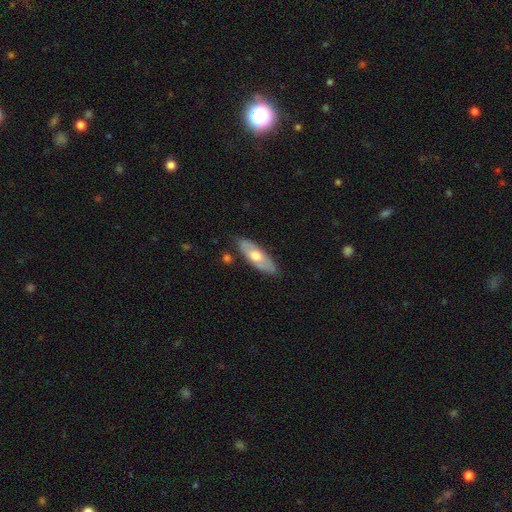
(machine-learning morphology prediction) smooth_or_featured: smooth (p=0.48) [alt: featured or disk p=0.46]
merging: none (p=0.83) [alt: minor disturbance p=0.13]